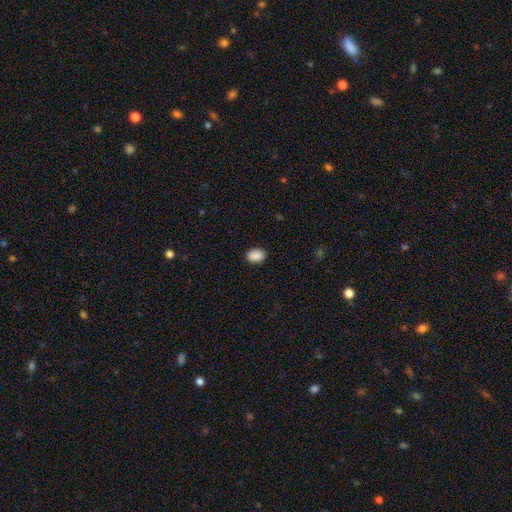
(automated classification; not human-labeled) This is clearly a smooth galaxy (90%). How rounded: likely in between (72%). Merging: clearly none (89%).